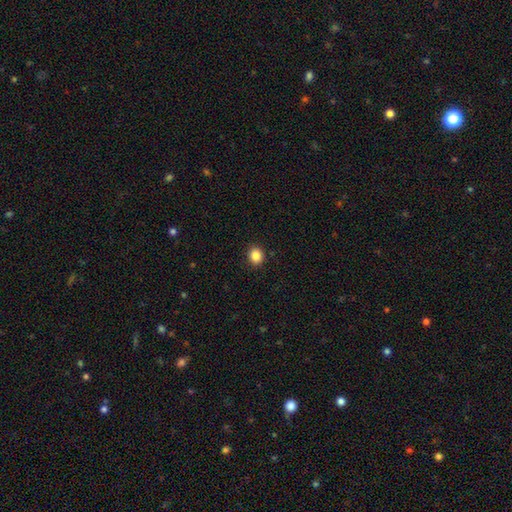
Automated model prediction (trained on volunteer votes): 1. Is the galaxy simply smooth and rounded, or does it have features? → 86% smooth, 10% star or artifact, 4% featured or disk.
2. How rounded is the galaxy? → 73% round, 26% in between, 1% cigar-shaped.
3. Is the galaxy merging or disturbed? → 91% none, 6% minor disturbance, 2% major disturbance, 1% merger.